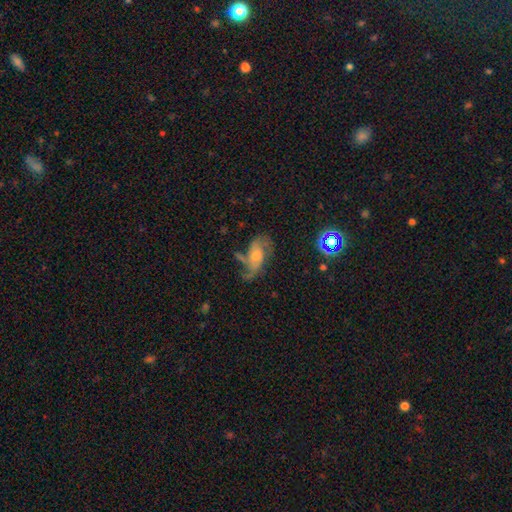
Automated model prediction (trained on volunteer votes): Morphology: type=featured or disk (70%); edge-on=no (95%); bar=no (66%); spiral arms=yes (89%); winding=loose (45%); arm count=2 (49%); bulge=small (46%); merging=none (47%).